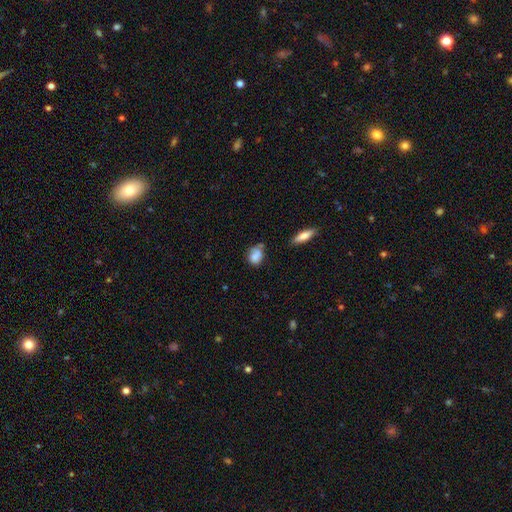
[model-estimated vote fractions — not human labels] The model was most divided on "merging": none: 47%, minor disturbance: 31%, merger: 12%, major disturbance: 10%. More confident: smooth or featured — smooth (80%); how rounded — in between (67%).